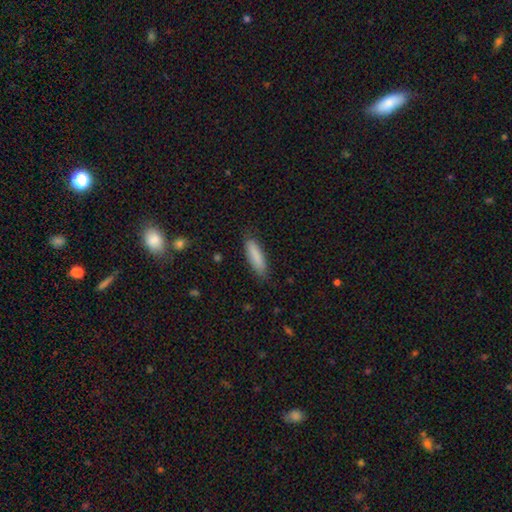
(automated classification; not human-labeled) A smooth galaxy with no disk features (87%) that is cigar-shaped (64%). Merging: none (85%).